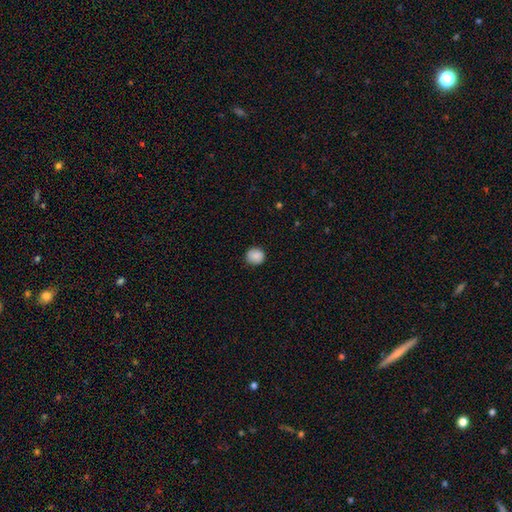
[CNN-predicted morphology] type=smooth (88%); roundness=round (86%); merging=none (85%).